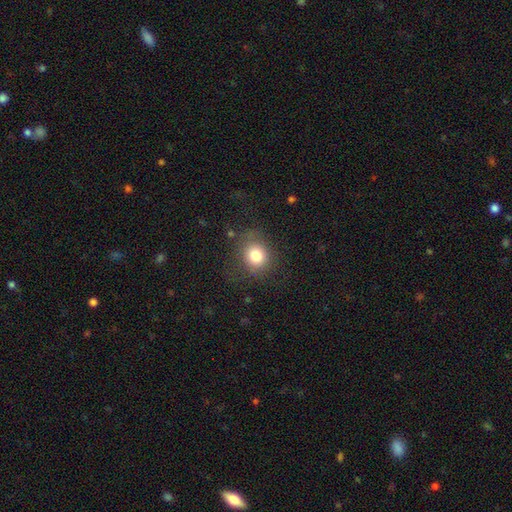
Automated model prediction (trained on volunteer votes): A smooth galaxy with no disk features (79%) that is round (76%).

Vote fractions:
- Smooth or featured? smooth: 79% / star or artifact: 12% / featured or disk: 9%
- How rounded? round: 76% / in between: 23% / cigar-shaped: 1%
- Merging? none: 78% / minor disturbance: 14% / major disturbance: 7% / merger: 1%